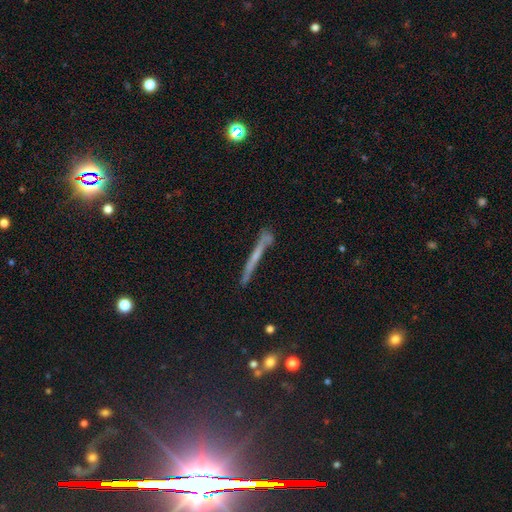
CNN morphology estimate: This appears to be a featured or disk galaxy (53%) viewed edge-on (92%). Merging: none (72%).